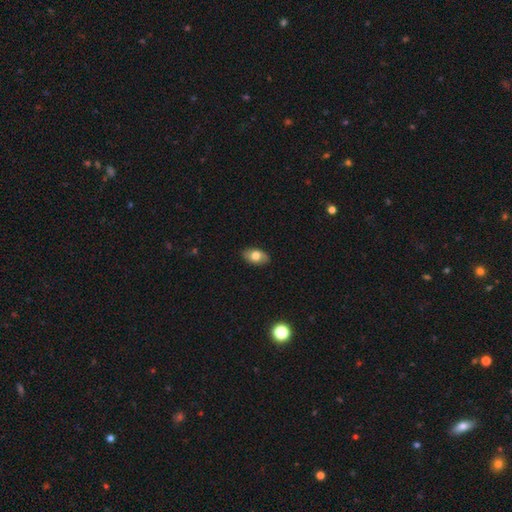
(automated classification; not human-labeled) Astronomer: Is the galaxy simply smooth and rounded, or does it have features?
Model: smooth — 72%.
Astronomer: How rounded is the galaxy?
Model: in between — 91%.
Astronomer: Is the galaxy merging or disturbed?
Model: none — 86%.